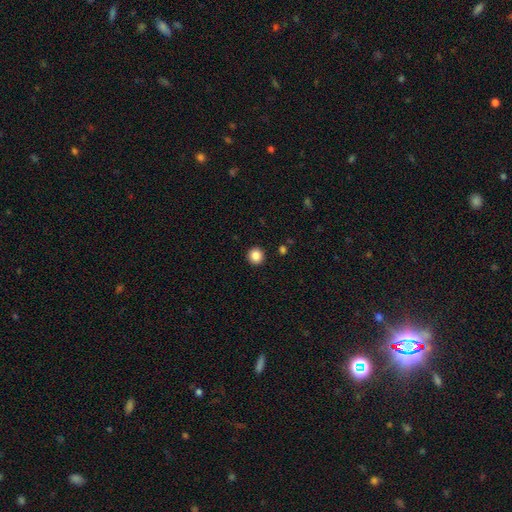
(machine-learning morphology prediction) A smooth galaxy with no disk features (86%) that is round (95%).

Vote fractions:
- Smooth or featured? smooth: 86% / star or artifact: 10% / featured or disk: 4%
- How rounded? round: 95% / in between: 4% / cigar-shaped: 1%
- Merging? none: 93% / minor disturbance: 4% / major disturbance: 2% / merger: 1%